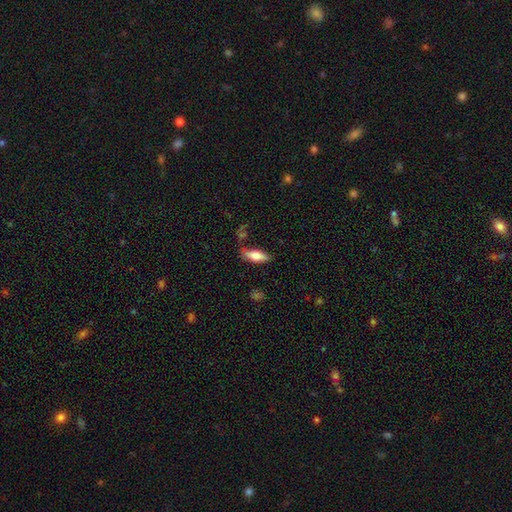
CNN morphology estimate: type=smooth (71%); roundness=in between (63%); merging=none (72%).